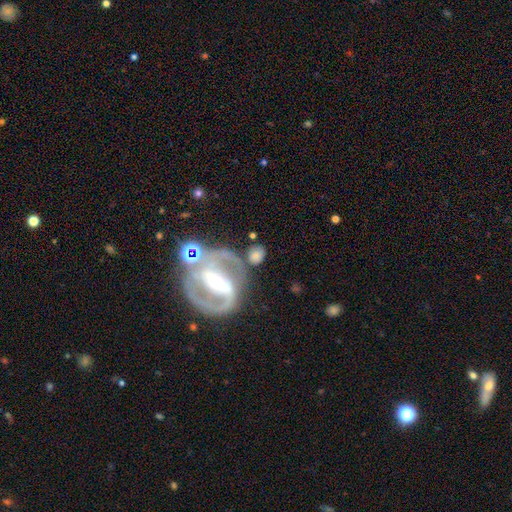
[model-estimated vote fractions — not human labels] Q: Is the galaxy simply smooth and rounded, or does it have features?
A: smooth — 49%.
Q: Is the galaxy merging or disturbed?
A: none — 62%.